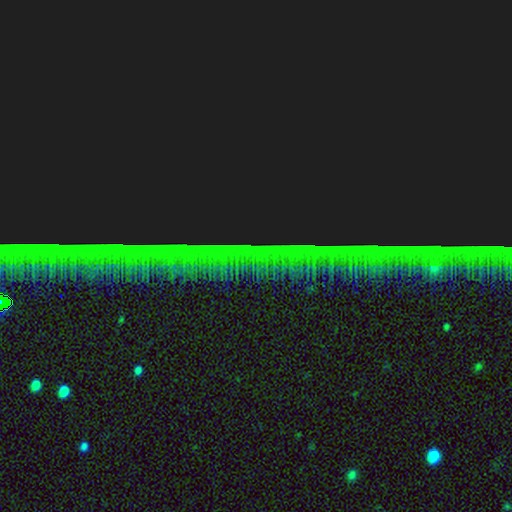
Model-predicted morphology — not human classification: The model was most divided on "smooth or featured": star or artifact: 87%, featured or disk: 7%, smooth: 6%.